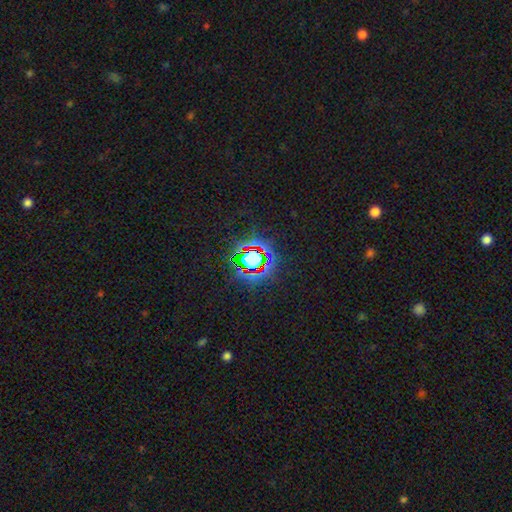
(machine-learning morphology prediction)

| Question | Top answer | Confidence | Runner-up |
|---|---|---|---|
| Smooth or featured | star or artifact | 72% | smooth (17%) |